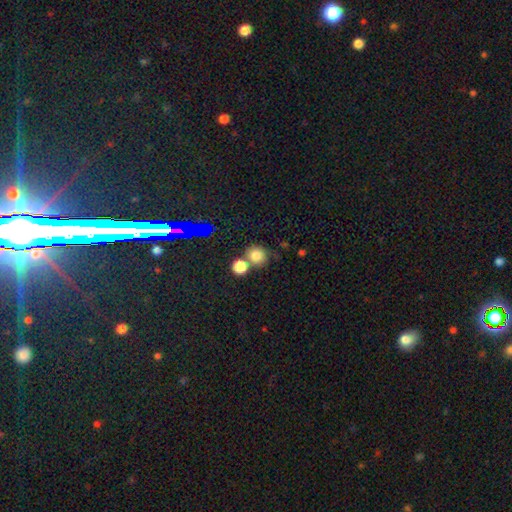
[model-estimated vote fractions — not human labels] A smooth galaxy with no disk features (78%) that is round (85%). Merging: none (56%).